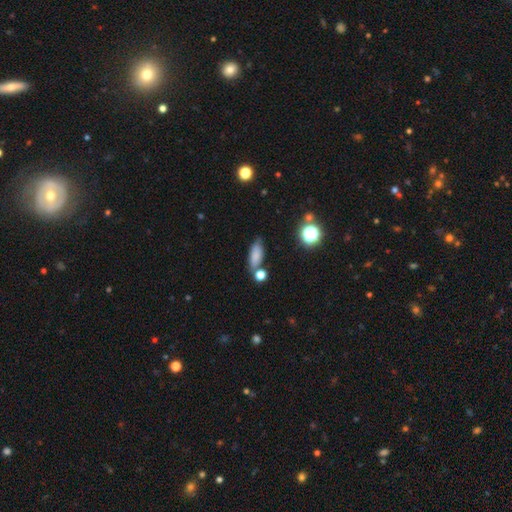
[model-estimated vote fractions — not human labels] This is likely a smooth galaxy (76%). How rounded: likely in between (71%). Merging: likely none (64%).